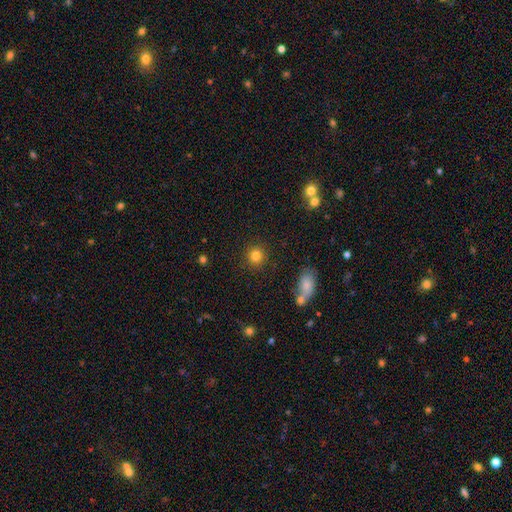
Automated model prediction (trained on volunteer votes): This is clearly a smooth galaxy (83%). How rounded: clearly round (89%). Merging: clearly none (87%).